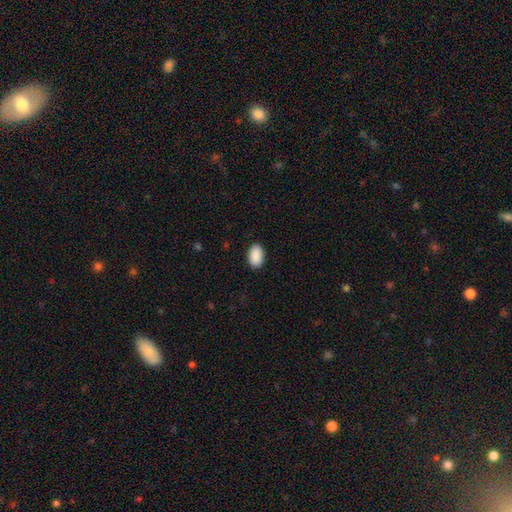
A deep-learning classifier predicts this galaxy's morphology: The model was most divided on "merging": none: 89%, minor disturbance: 8%, major disturbance: 2%, merger: 1%. More confident: how rounded — in between (93%); smooth or featured — smooth (92%).